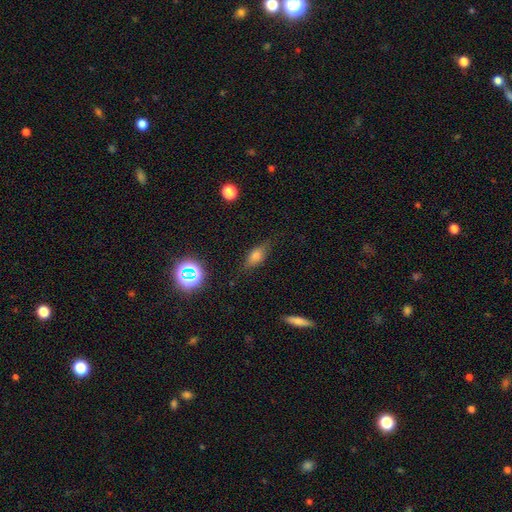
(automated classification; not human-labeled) Smooth or featured? Predicted: smooth (p=0.64). How rounded? Predicted: in between (p=0.71). Merging? Predicted: none (p=0.78).